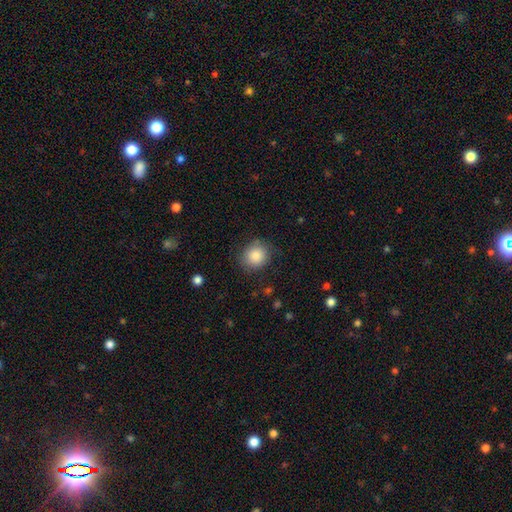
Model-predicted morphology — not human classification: Q: Smooth or featured?
A: smooth (86%); runner-up: star or artifact (9%)
Q: How rounded?
A: round (81%); runner-up: in between (18%)
Q: Merging?
A: none (81%); runner-up: minor disturbance (14%)